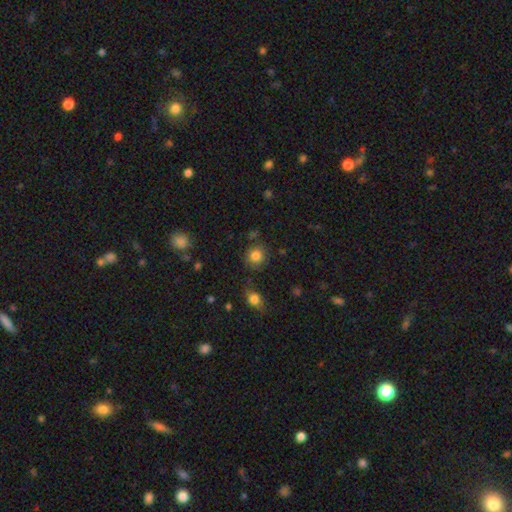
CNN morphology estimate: The model was most divided on "smooth or featured": smooth: 83%, star or artifact: 11%, featured or disk: 6%. More confident: how rounded — round (88%); merging — none (83%).